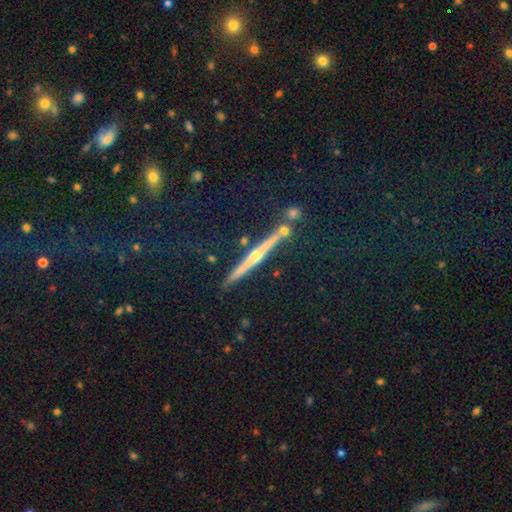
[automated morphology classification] Smooth or featured: featured or disk — 62% (star or artifact — 20%)
Edge-on disk: yes — 96% (no — 4%)
Edge-on bulge: rounded — 81% (none — 12%)
Merging: none — 84% (minor disturbance — 8%)